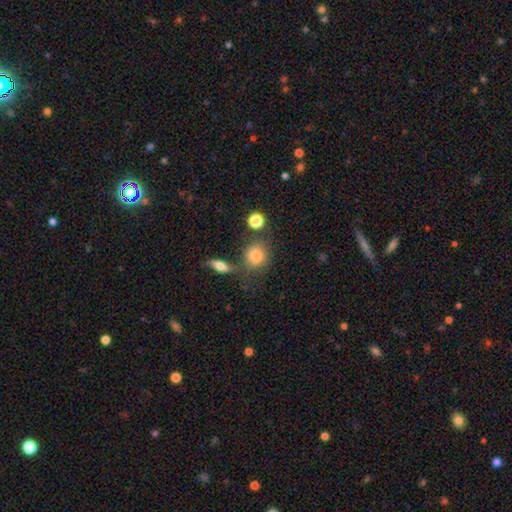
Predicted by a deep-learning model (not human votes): The model was most divided on "how rounded": round: 67%, in between: 31%, cigar-shaped: 2%. More confident: smooth or featured — smooth (80%); merging — none (59%).